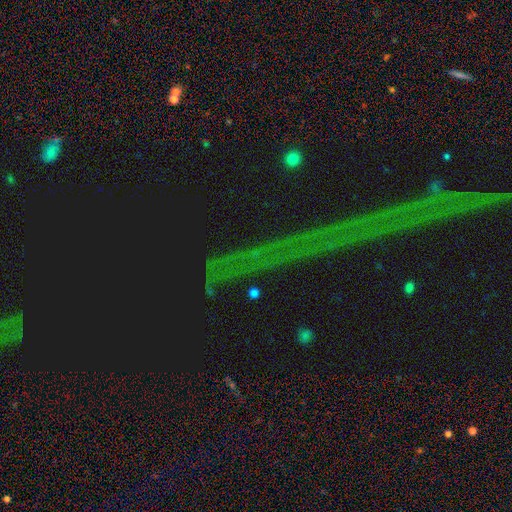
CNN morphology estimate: This appears to be a star or artifact, not a galaxy (85%).